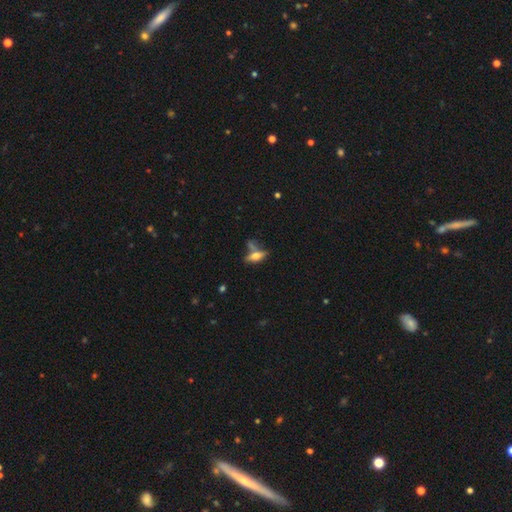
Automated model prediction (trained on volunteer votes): Overall: smooth (53%; featured or disk 37%). How rounded: in between (63%; cigar-shaped 32%). Merging: none (53%; merger 24%).